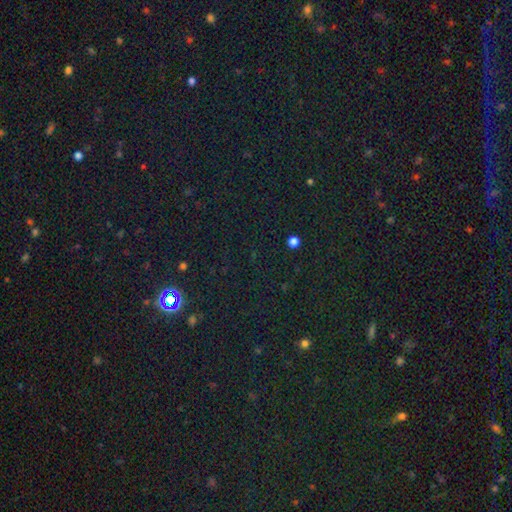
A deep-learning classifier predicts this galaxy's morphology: Smooth or featured? Predicted: star or artifact (p=0.76).